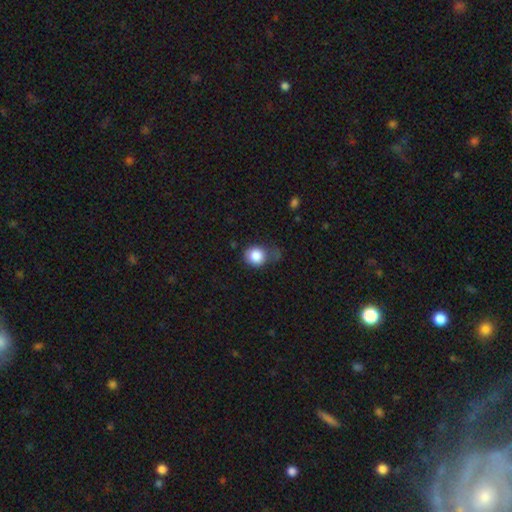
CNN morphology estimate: Smooth or featured? smooth (85%)
How rounded? round (79%)
Merging? none (48%)